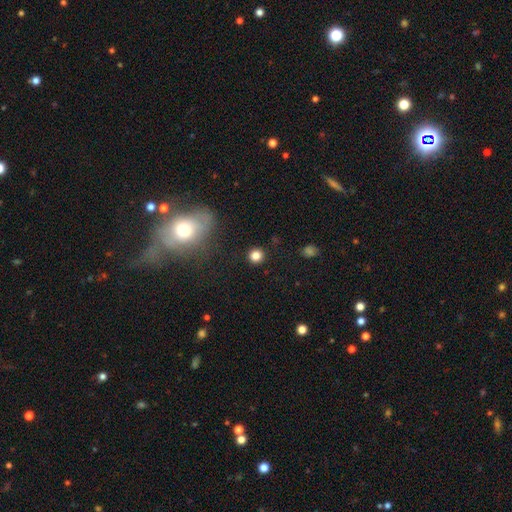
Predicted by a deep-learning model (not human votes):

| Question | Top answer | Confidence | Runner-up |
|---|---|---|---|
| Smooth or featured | smooth | 83% | star or artifact (12%) |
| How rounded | round | 93% | in between (6%) |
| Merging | none | 91% | minor disturbance (6%) |